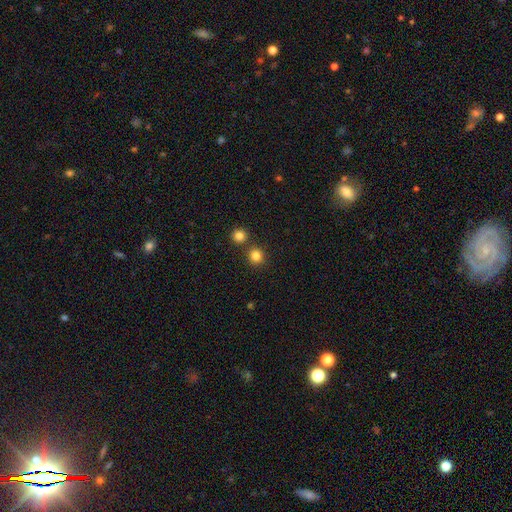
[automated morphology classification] A smooth galaxy with no disk features (83%) that is round (92%).

Vote fractions:
- Smooth or featured? smooth: 83% / star or artifact: 13% / featured or disk: 5%
- How rounded? round: 92% / in between: 7% / cigar-shaped: 1%
- Merging? none: 79% / merger: 12% / minor disturbance: 6% / major disturbance: 2%